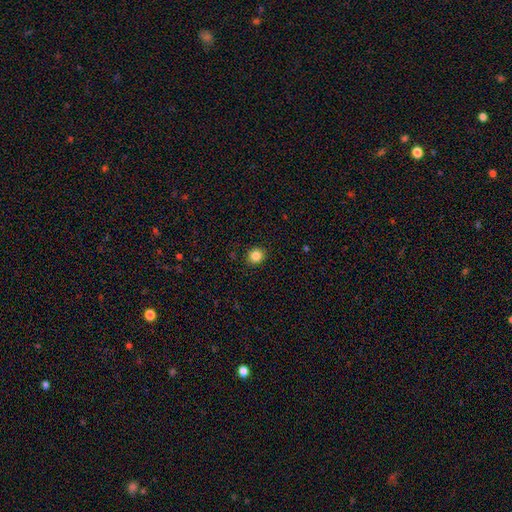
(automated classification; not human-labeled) Smooth or featured? smooth (85%)
How rounded? round (83%)
Merging? none (91%)